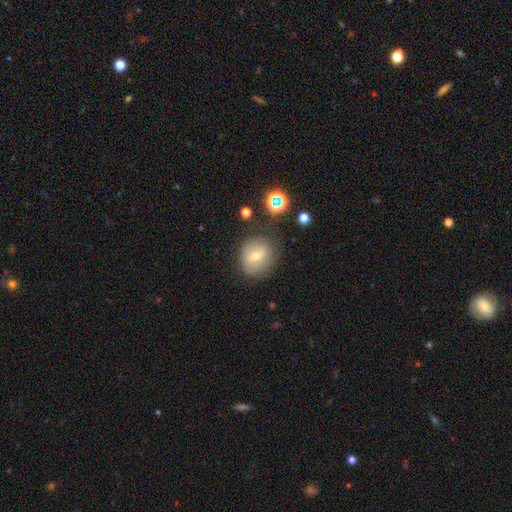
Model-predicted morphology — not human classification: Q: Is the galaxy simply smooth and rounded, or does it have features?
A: smooth — 54%.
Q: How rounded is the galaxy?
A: round — 71%.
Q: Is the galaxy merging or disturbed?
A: none — 73%.